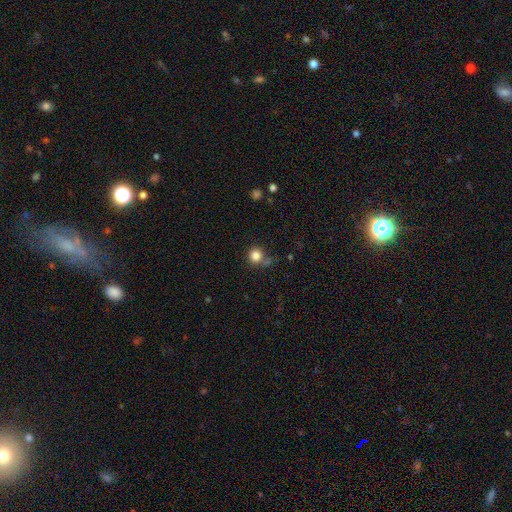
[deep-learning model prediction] A smooth galaxy with no disk features (83%) that is round (92%).

Vote fractions:
- Smooth or featured? smooth: 83% / star or artifact: 12% / featured or disk: 5%
- How rounded? round: 92% / in between: 7% / cigar-shaped: 1%
- Merging? none: 72% / minor disturbance: 13% / merger: 10% / major disturbance: 5%